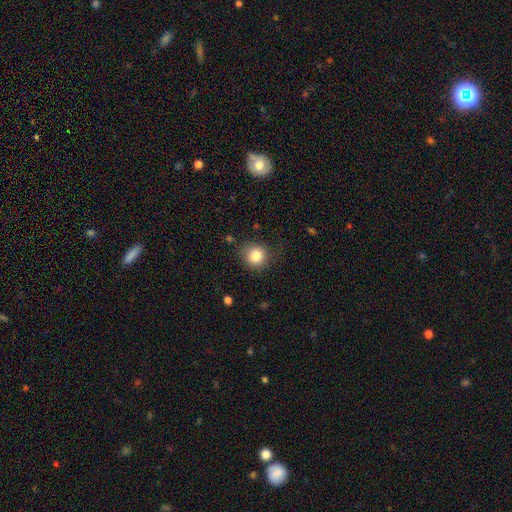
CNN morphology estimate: A smooth galaxy with no disk features (82%) that is round (88%).

Vote fractions:
- Smooth or featured? smooth: 82% / star or artifact: 11% / featured or disk: 7%
- How rounded? round: 88% / in between: 11% / cigar-shaped: 1%
- Merging? none: 81% / minor disturbance: 13% / major disturbance: 4% / merger: 1%